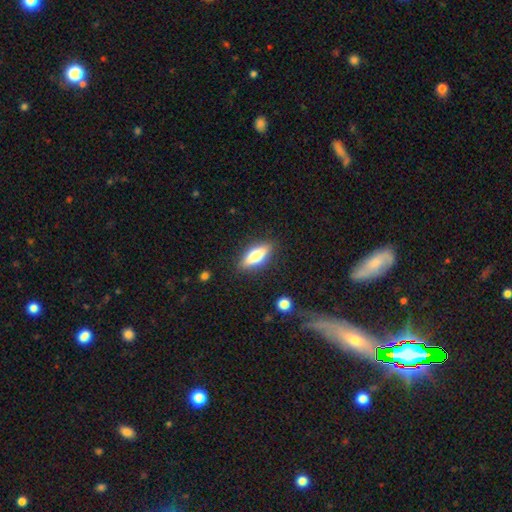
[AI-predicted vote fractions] Overall: smooth (59%; featured or disk 34%). How rounded: in between (56%; cigar-shaped 41%). Merging: none (86%).